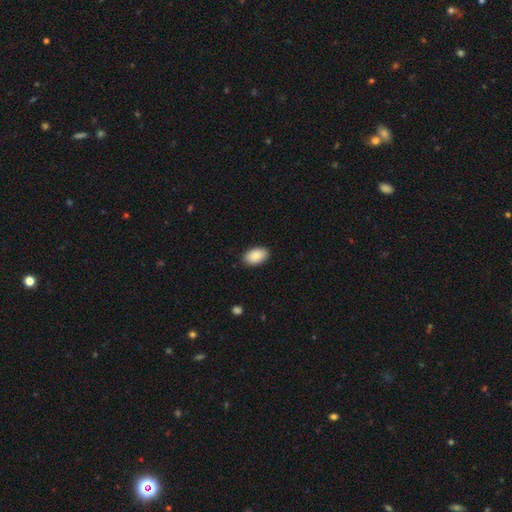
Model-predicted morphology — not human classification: type=smooth (88%); roundness=in between (94%); merging=none (89%).